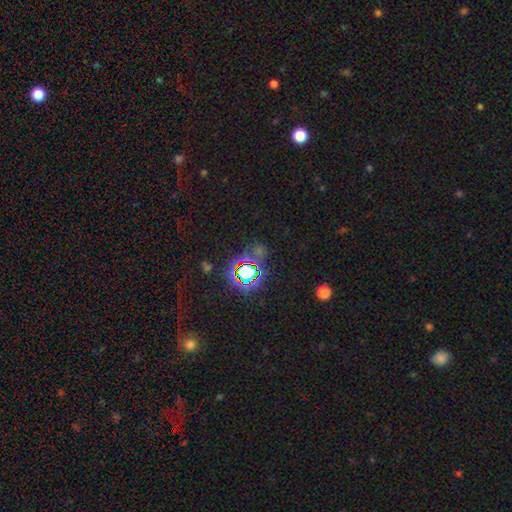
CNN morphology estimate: Overall: star or artifact (75%).